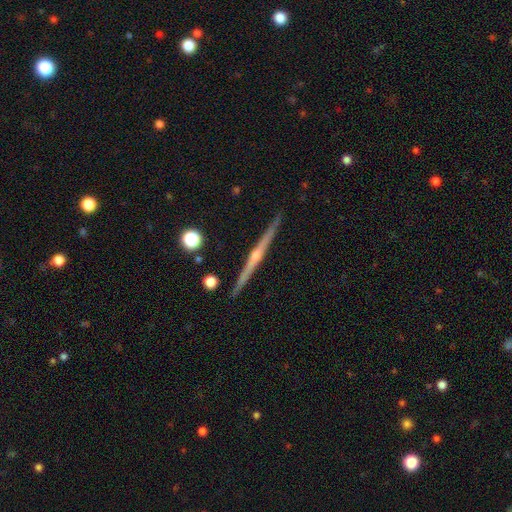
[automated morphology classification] Smooth or featured?
  - featured or disk: 85% *
  - smooth: 10%
  - star or artifact: 5%
Edge-on disk?
  - yes: 99% *
  - no: 1%
Edge-on bulge?
  - rounded: 83% *
  - none: 13%
  - boxy: 5%
Merging?
  - none: 92% *
  - minor disturbance: 5%
  - merger: 1%
  - major disturbance: 1%